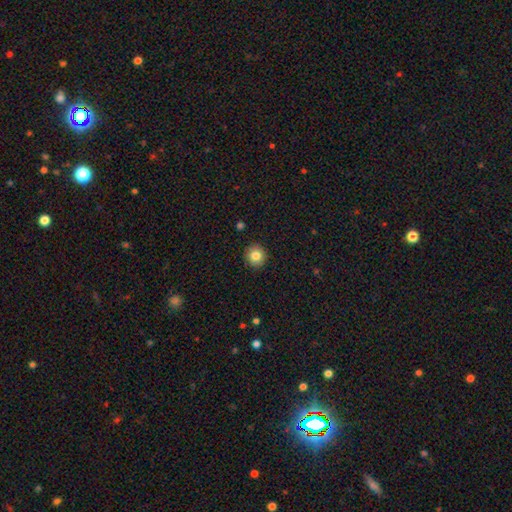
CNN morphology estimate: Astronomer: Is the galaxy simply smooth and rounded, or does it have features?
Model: smooth — 82%.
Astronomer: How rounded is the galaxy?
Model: round — 90%.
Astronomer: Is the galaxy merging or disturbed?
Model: none — 91%.